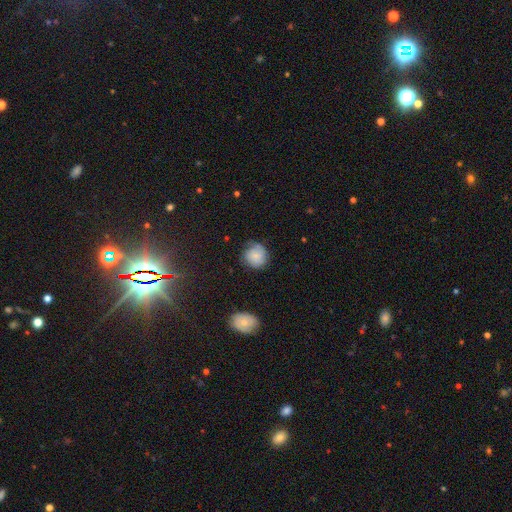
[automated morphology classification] Smooth or featured? Predicted: smooth (p=0.70). How rounded? Predicted: round (p=0.87). Merging? Predicted: none (p=0.64).